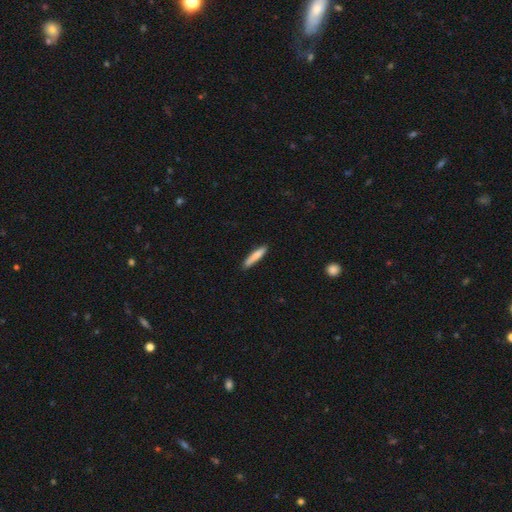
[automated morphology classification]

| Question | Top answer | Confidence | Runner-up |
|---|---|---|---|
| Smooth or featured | smooth | 82% | featured or disk (12%) |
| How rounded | cigar-shaped | 88% | in between (11%) |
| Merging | none | 86% | minor disturbance (11%) |